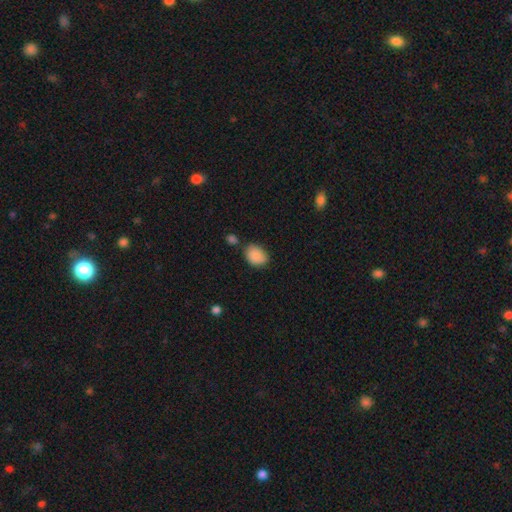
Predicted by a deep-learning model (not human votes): The model was most divided on "merging": none: 67%, minor disturbance: 21%, merger: 7%, major disturbance: 5%. More confident: smooth or featured — smooth (88%); how rounded — in between (73%).